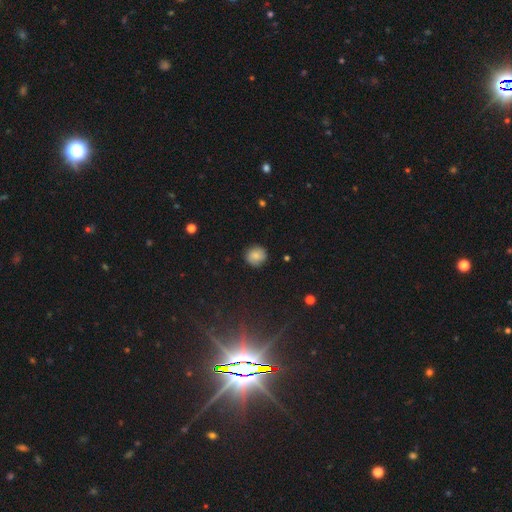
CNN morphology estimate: A smooth galaxy with no disk features (80%) that is round (88%).

Vote fractions:
- Smooth or featured? smooth: 80% / star or artifact: 10% / featured or disk: 9%
- How rounded? round: 88% / in between: 11% / cigar-shaped: 1%
- Merging? none: 85% / minor disturbance: 11% / major disturbance: 3% / merger: 1%